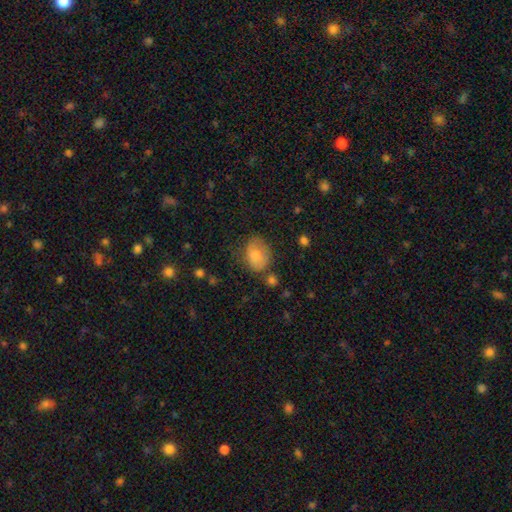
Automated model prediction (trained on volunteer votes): Overall: smooth (72%). How rounded: in between (59%; round 40%). Merging: none (61%; minor disturbance 27%).